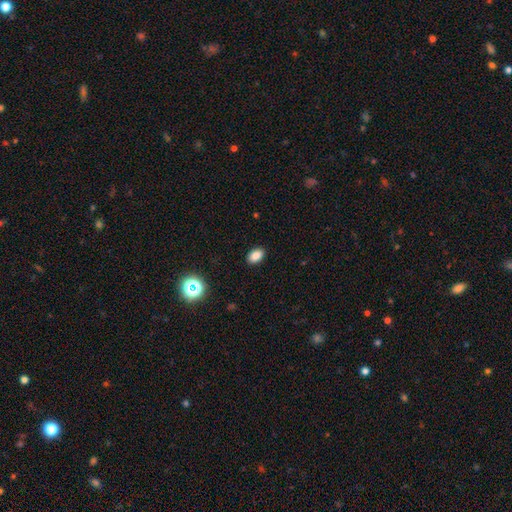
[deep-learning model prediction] Overall: smooth (84%). How rounded: in between (88%). Merging: none (90%).